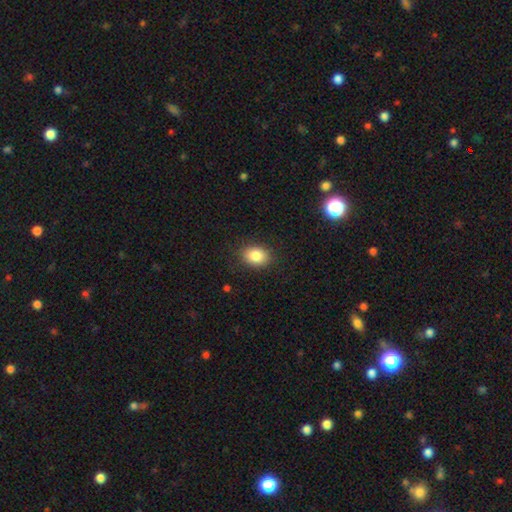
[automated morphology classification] Overall: smooth (86%). How rounded: in between (68%; round 31%). Merging: none (85%).